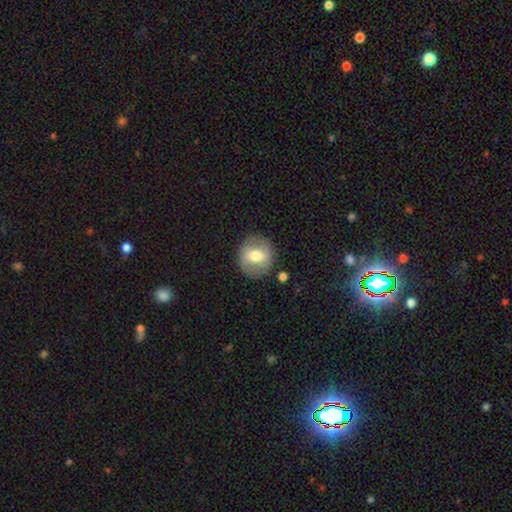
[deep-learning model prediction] Morphology: type=smooth (48%); merging=none (85%).